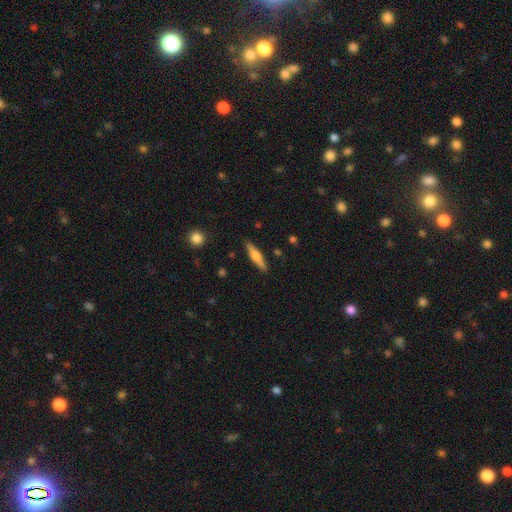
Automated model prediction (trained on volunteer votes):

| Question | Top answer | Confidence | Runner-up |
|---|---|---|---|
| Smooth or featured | smooth | 47% | tied: featured or disk (47%) |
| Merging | none | 88% | minor disturbance (9%) |